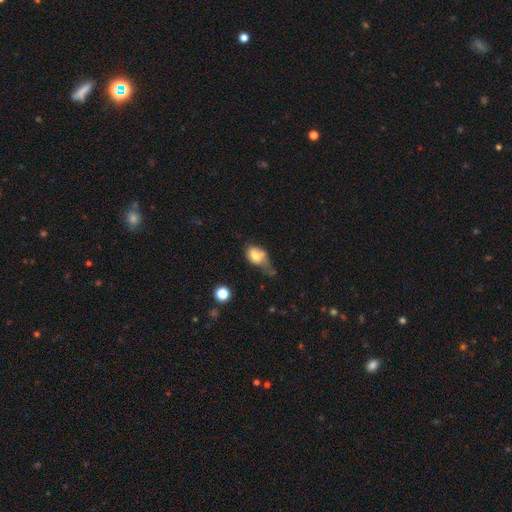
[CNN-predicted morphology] Smooth or featured? smooth (69%)
How rounded? in between (75%)
Merging? minor disturbance (32%)